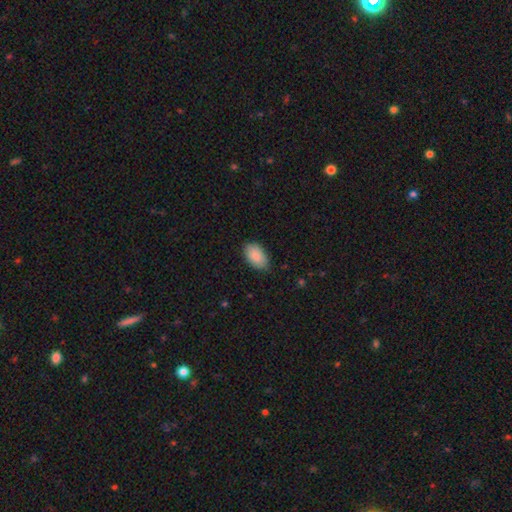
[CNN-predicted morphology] This is clearly a smooth galaxy (89%). How rounded: clearly in between (94%). Merging: clearly none (84%).